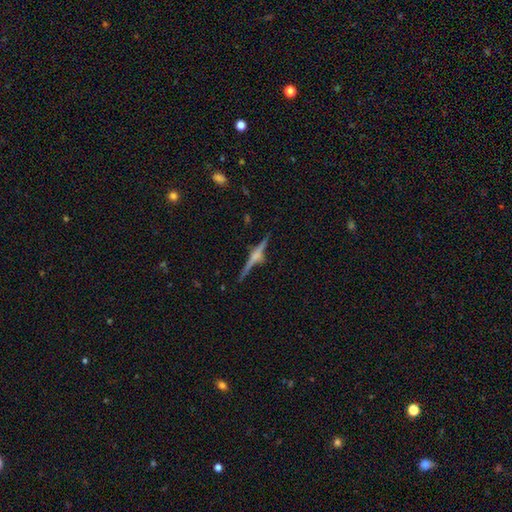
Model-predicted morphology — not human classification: smooth_or_featured: featured or disk (p=0.78) [alt: smooth p=0.14]
disk_edge_on: yes (p=0.98) [alt: no p=0.02]
edge_on_bulge: rounded (p=0.74) [alt: boxy p=0.17]
merging: none (p=0.85) [alt: minor disturbance p=0.10]